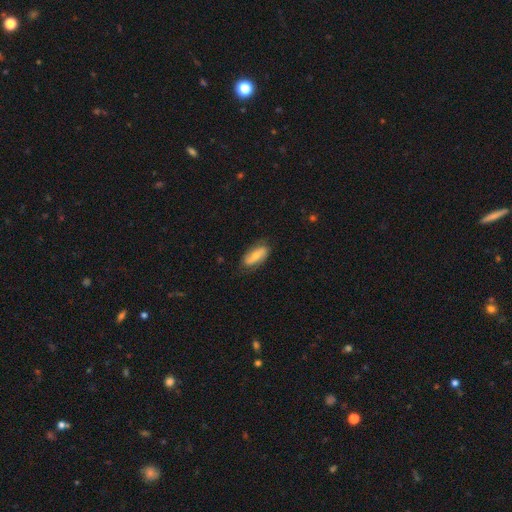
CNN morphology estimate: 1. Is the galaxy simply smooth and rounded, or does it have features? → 47% smooth, 46% featured or disk, 7% star or artifact.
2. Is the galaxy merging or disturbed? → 78% none, 17% minor disturbance, 4% major disturbance, 1% merger.